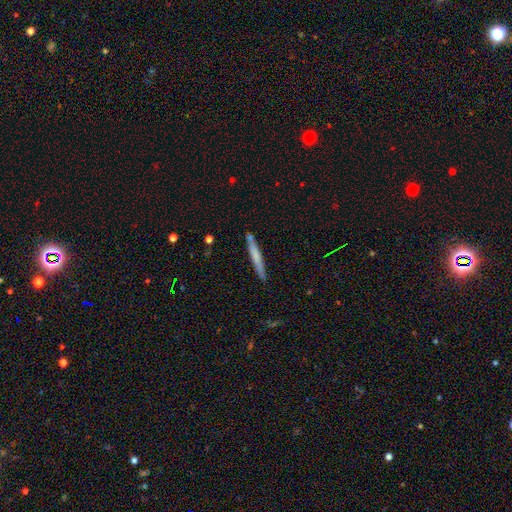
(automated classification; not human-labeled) Smooth or featured? Predicted: smooth (p=0.63). How rounded? Predicted: cigar-shaped (p=0.96). Merging? Predicted: none (p=0.83).